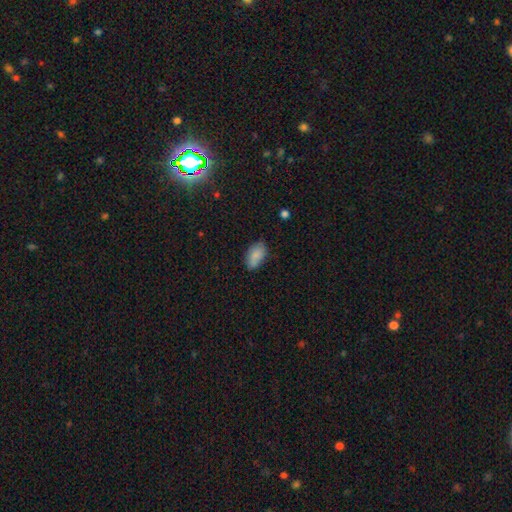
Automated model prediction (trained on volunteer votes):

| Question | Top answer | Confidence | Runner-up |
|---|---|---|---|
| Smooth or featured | smooth | 83% | featured or disk (9%) |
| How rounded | in between | 93% | round (5%) |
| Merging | none | 71% | minor disturbance (23%) |